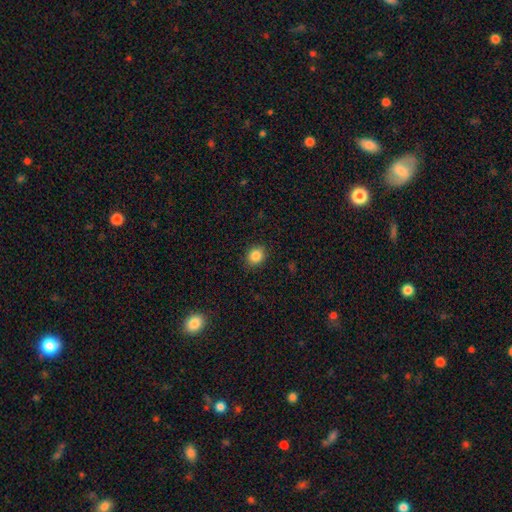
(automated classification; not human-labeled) A smooth galaxy with no disk features (85%) that is round (67%).

Vote fractions:
- Smooth or featured? smooth: 85% / star or artifact: 10% / featured or disk: 5%
- How rounded? round: 67% / in between: 32% / cigar-shaped: 1%
- Merging? none: 89% / minor disturbance: 8% / major disturbance: 2% / merger: 1%